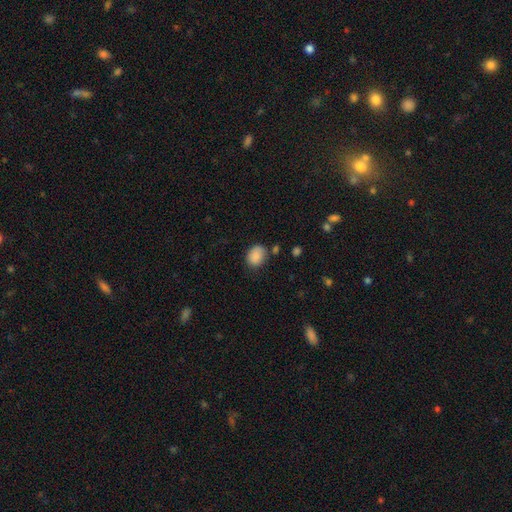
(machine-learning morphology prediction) Smooth or featured? smooth (88%)
How rounded? in between (63%)
Merging? none (72%)